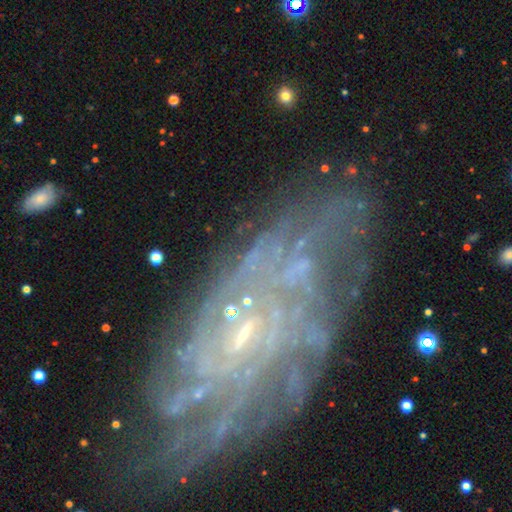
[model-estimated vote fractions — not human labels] A featured or disk galaxy (77%) with a weak bar (40%), tight (63%) spiral arms (82%) and a small central bulge (51%).

Vote fractions:
- Smooth or featured? featured or disk: 77% / star or artifact: 13% / smooth: 10%
- Edge-on disk? no: 94% / yes: 6%
- Bar? weak: 40% / no: 34% / strong: 26%
- Spiral arms? yes: 82% / no: 18%
- Spiral winding? tight: 63% / medium: 26% / loose: 11%
- Spiral arm count? can't tell: 45% / 2: 15% / 3: 12% / 4: 10% / more than 4: 10% / 1: 8%
- Bulge size? small: 51% / moderate: 25% / none: 18% / large: 4% / dominant: 2%
- Merging? none: 58% / minor disturbance: 20% / major disturbance: 17% / merger: 5%